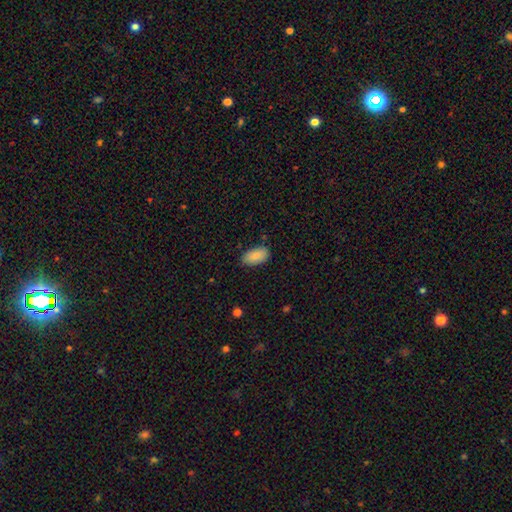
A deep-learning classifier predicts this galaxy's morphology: A smooth galaxy with no disk features (87%) that is in between round and cigar-shaped (94%). Merging: none (83%).